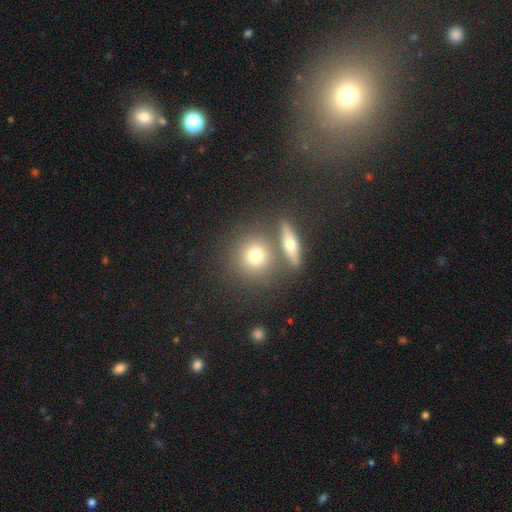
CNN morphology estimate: The model was most divided on "merging": none: 66%, merger: 22%, minor disturbance: 9%, major disturbance: 3%. More confident: how rounded — round (85%); smooth or featured — smooth (72%).